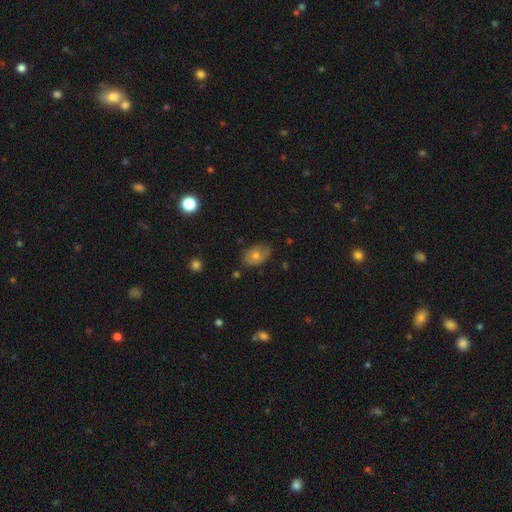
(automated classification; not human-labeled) Smooth or featured? Predicted: smooth (p=0.64). How rounded? Predicted: in between (p=0.82). Merging? Predicted: none (p=0.71).